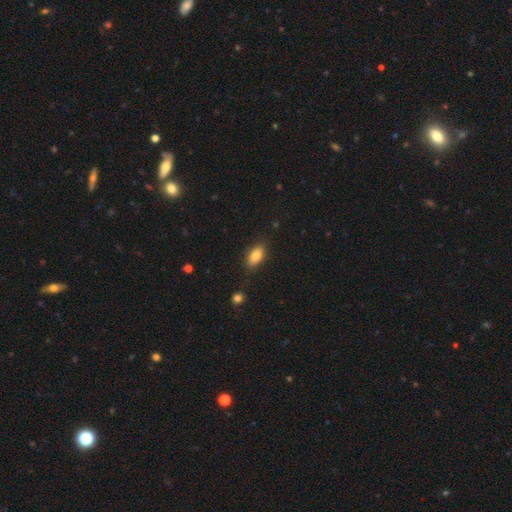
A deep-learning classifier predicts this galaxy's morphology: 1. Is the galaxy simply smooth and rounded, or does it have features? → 84% smooth, 8% featured or disk, 8% star or artifact.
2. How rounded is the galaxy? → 89% in between, 7% cigar-shaped, 4% round.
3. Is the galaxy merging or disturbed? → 82% none, 13% minor disturbance, 3% major disturbance, 2% merger.